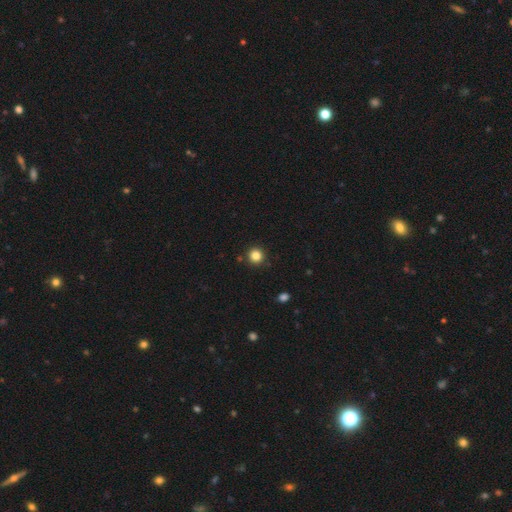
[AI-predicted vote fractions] smooth-or-featured: smooth: 83% | star or artifact: 12% | featured or disk: 4%
  how-rounded: round: 95% | in between: 4% | cigar-shaped: 1%
  merging: none: 90% | minor disturbance: 5% | merger: 2% | major disturbance: 2%